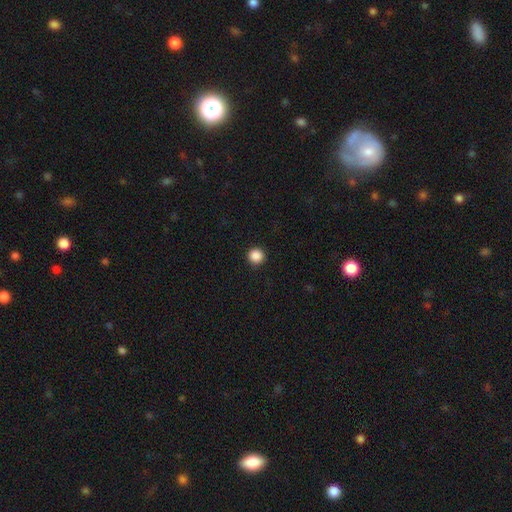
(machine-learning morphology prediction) smooth_or_featured: smooth (p=0.88) [alt: star or artifact p=0.10]
how_rounded: round (p=0.96) [alt: in between p=0.03]
merging: none (p=0.93) [alt: minor disturbance p=0.04]